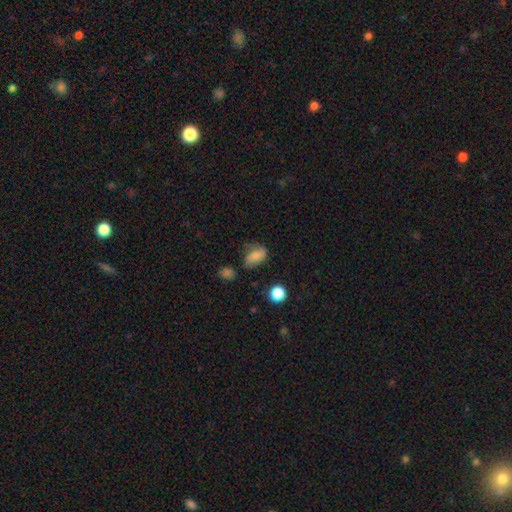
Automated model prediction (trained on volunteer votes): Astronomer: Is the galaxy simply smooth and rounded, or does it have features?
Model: smooth — 70%.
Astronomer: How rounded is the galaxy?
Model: in between — 85%.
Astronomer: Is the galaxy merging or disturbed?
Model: none — 51% (runner-up: minor disturbance, 31%).